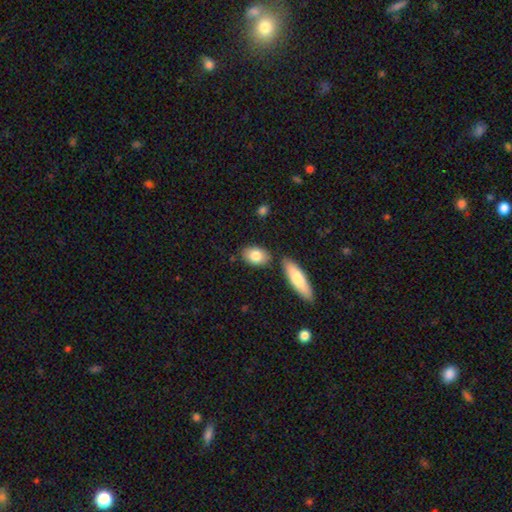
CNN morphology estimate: Smooth or featured? Predicted: smooth (p=0.82). How rounded? Predicted: in between (p=0.87). Merging? Predicted: none (p=0.76).